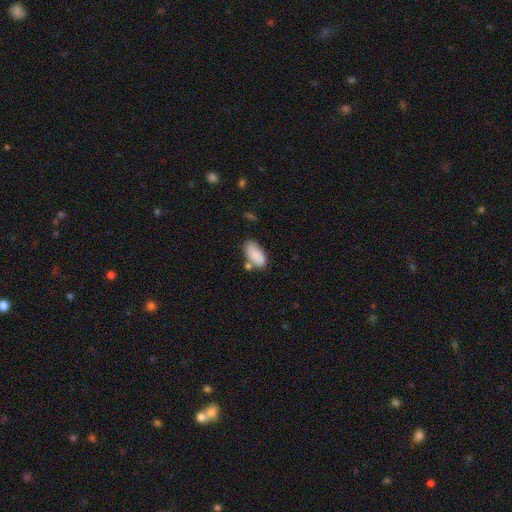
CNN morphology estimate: smooth-or-featured: smooth: 87% | star or artifact: 7% | featured or disk: 6%
  how-rounded: in between: 92% | cigar-shaped: 6% | round: 2%
  merging: none: 62% | minor disturbance: 18% | merger: 14% | major disturbance: 5%